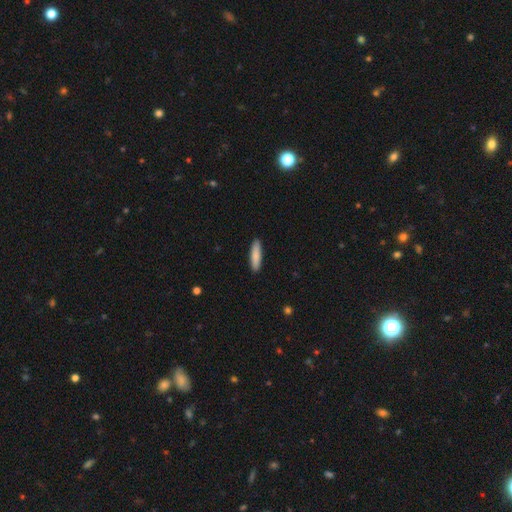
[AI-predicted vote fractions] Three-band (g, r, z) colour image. It shows a smooth galaxy with no disk features (85%) that is cigar-shaped (76%). Merging: none (91%).